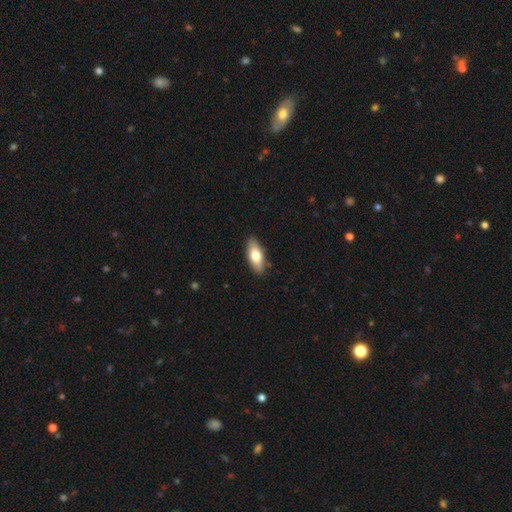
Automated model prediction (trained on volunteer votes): A smooth galaxy with no disk features (73%) that is in between round and cigar-shaped (78%). Merging: none (88%).